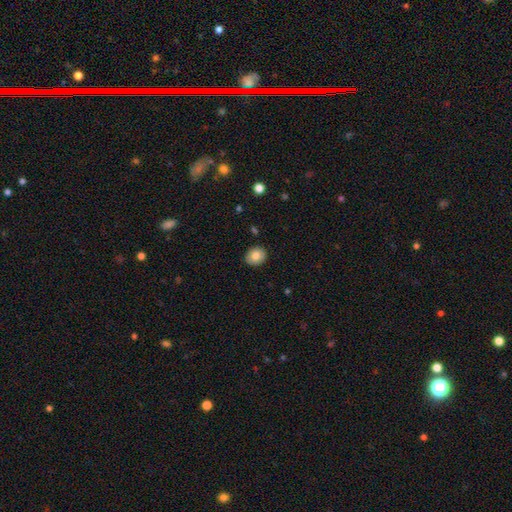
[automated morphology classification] Smooth or featured?
  - smooth: 79% *
  - featured or disk: 13%
  - star or artifact: 8%
How rounded?
  - round: 65% *
  - in between: 34%
  - cigar-shaped: 1%
Merging?
  - none: 89% *
  - minor disturbance: 8%
  - major disturbance: 2%
  - merger: 1%